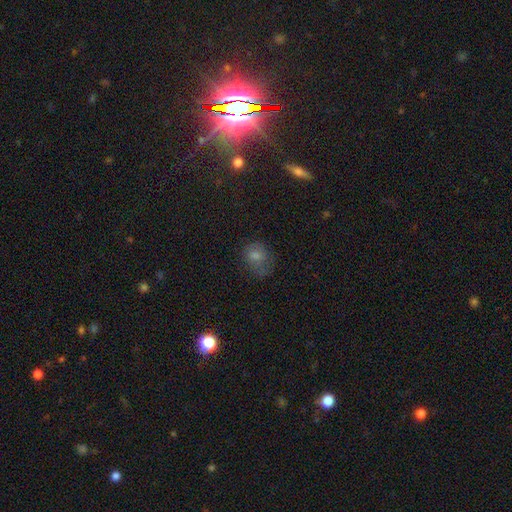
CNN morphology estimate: Smooth or featured: smooth — 60% (star or artifact — 23%)
How rounded: round — 61% (in between — 38%)
Merging: none — 60% (minor disturbance — 24%)